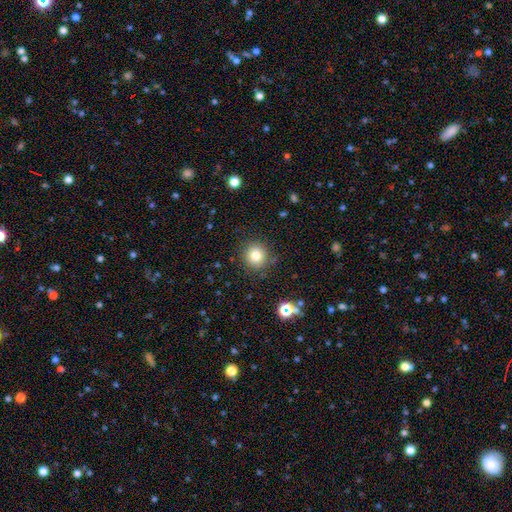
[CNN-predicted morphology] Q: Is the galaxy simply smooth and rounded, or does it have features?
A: smooth — 79%.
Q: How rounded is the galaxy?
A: round — 92%.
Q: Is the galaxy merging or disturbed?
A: none — 84%.